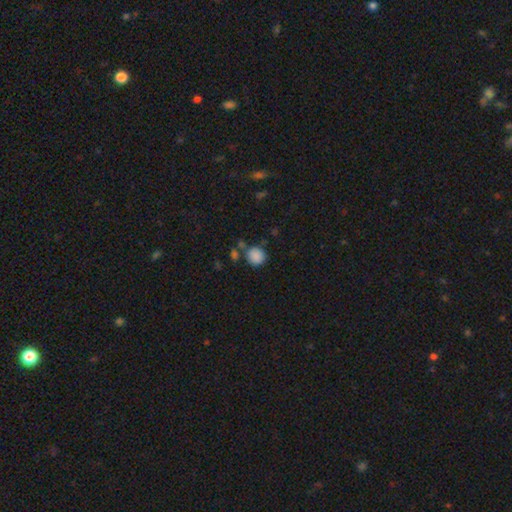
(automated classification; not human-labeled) This is clearly a smooth galaxy (87%). How rounded: clearly round (88%). Merging: likely none (70%).